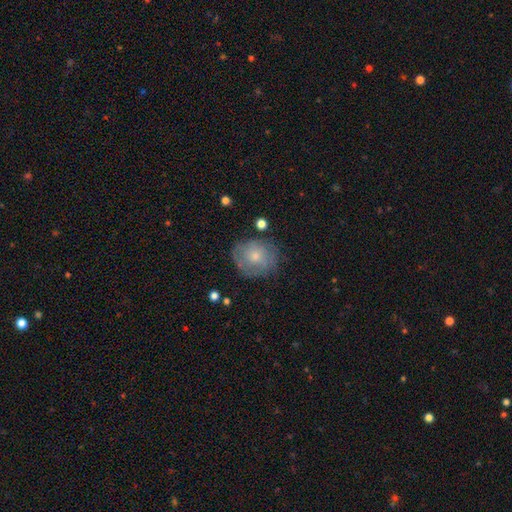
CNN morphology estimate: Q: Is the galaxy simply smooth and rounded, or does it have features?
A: smooth — 63%.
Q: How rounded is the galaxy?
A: round — 75%.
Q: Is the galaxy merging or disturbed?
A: none — 69%.